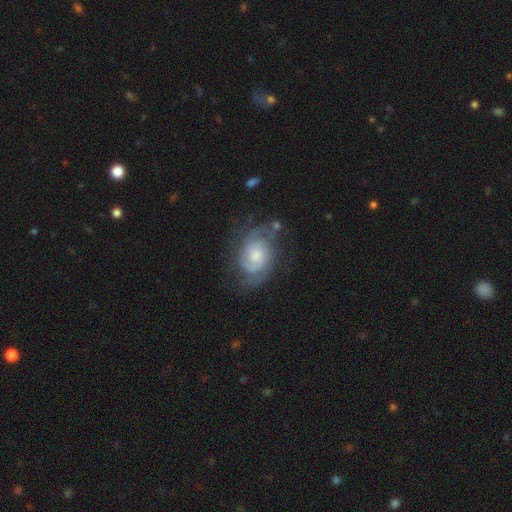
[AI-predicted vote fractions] A featured or disk galaxy (83%) with no bar (66%), 2 (71%) tight (53%) spiral arms (95%) and a moderate central bulge (53%). Merging: none (70%).